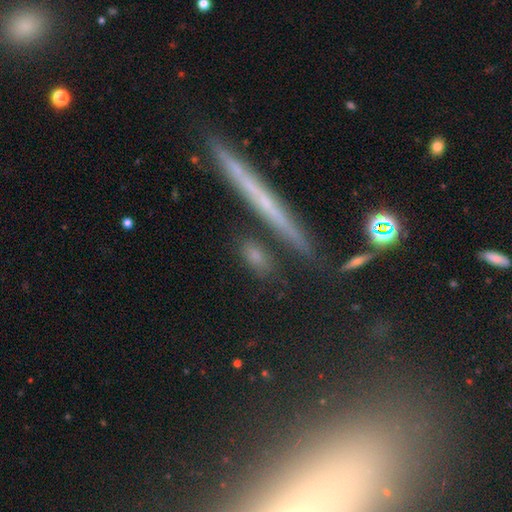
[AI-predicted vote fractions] smooth_or_featured: smooth (p=0.61) [alt: featured or disk p=0.23]
how_rounded: cigar-shaped (p=0.43) [tied with: in between p=0.43]
merging: none (p=0.80) [alt: minor disturbance p=0.12]